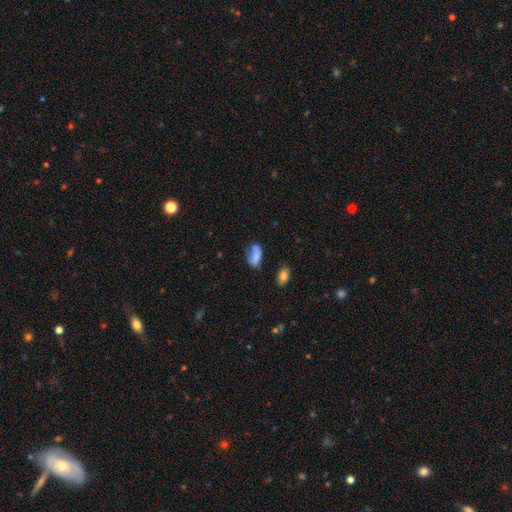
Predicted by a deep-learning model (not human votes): Smooth or featured? smooth (73%)
How rounded? in between (91%)
Merging? none (51%)